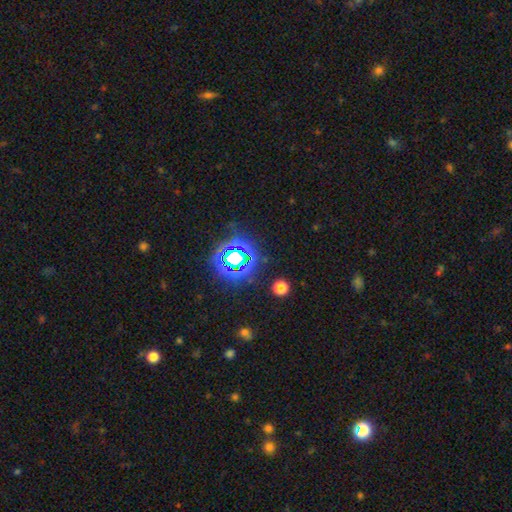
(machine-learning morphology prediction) Smooth or featured? Predicted: star or artifact (p=0.76).